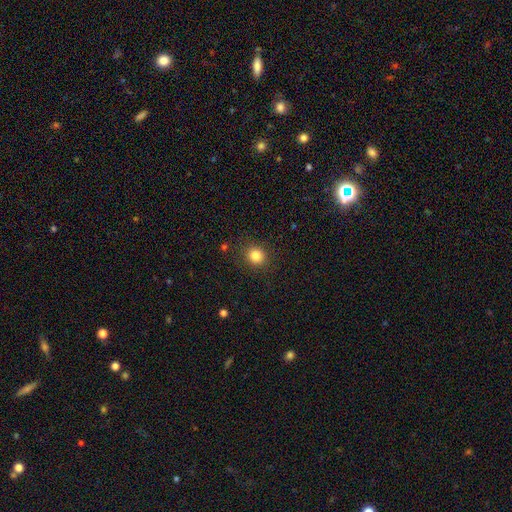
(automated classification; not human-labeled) A smooth galaxy with no disk features (83%) that is round (84%). Merging: none (89%).